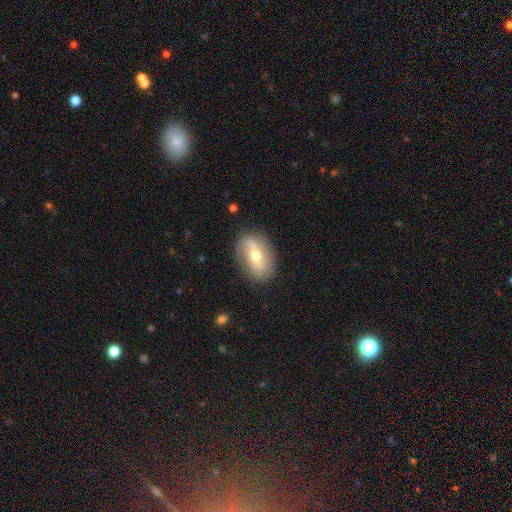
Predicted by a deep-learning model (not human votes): Q: Smooth or featured?
A: featured or disk (66%); runner-up: smooth (27%)
Q: Edge-on disk?
A: no (92%); runner-up: yes (8%)
Q: Bar?
A: weak (40%); runner-up: no (33%)
Q: Spiral arms?
A: yes (81%); runner-up: no (19%)
Q: Bulge size?
A: moderate (66%); runner-up: small (26%)
Q: Merging?
A: none (81%); runner-up: minor disturbance (13%)